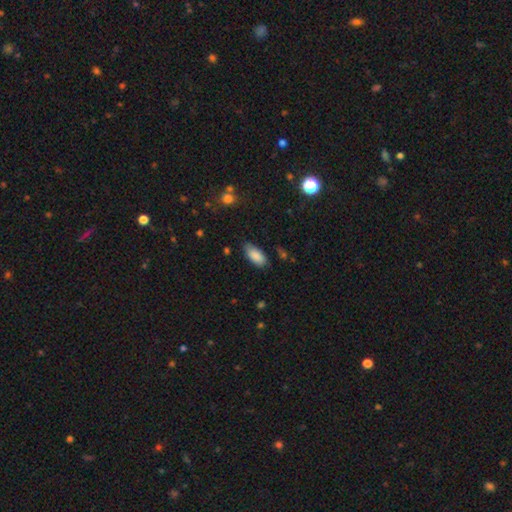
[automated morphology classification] A smooth galaxy with no disk features (87%) that is in between round and cigar-shaped (89%).

Vote fractions:
- Smooth or featured? smooth: 87% / star or artifact: 7% / featured or disk: 6%
- How rounded? in between: 89% / cigar-shaped: 9% / round: 2%
- Merging? none: 76% / minor disturbance: 19% / major disturbance: 3% / merger: 2%